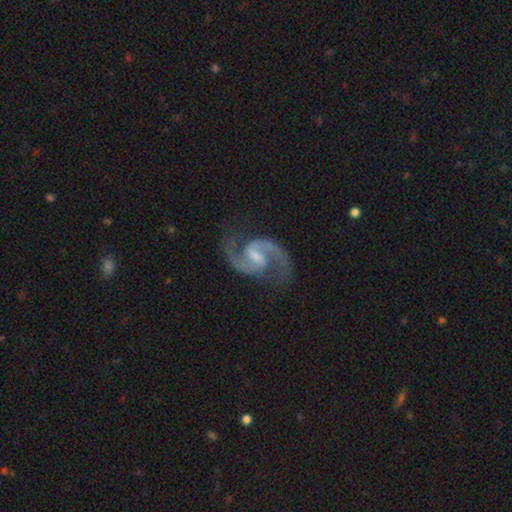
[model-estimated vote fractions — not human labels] A featured or disk galaxy (94%) with a weak bar (59%), 2 (95%) medium (67%) spiral arms (99%) and a small central bulge (43%). Merging: none (80%).